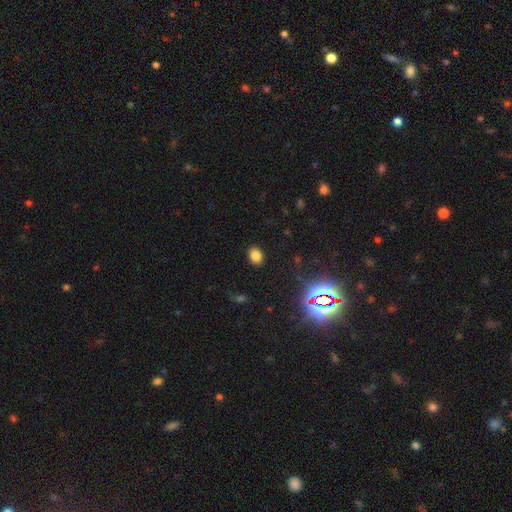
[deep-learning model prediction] Smooth or featured? smooth (78%)
How rounded? in between (63%)
Merging? none (88%)